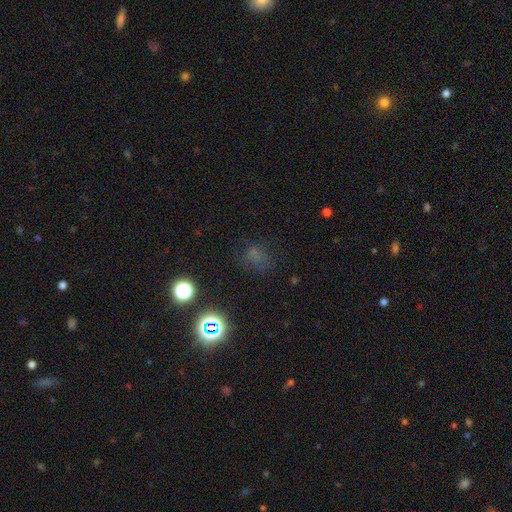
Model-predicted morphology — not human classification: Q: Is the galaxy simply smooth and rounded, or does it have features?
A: smooth — 48%.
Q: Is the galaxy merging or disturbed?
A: none — 63%.